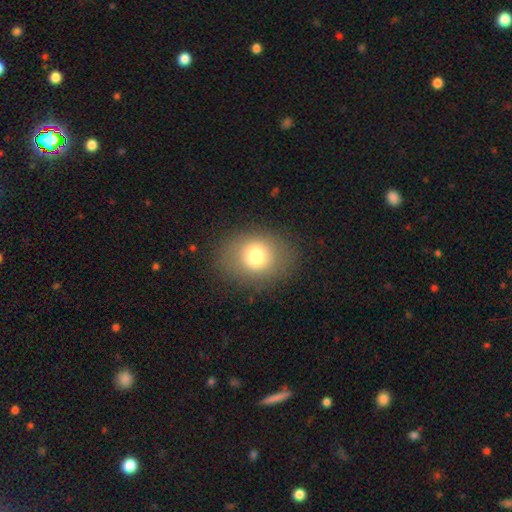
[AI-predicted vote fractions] This is likely a smooth galaxy (73%). How rounded: possibly round (59%). Merging: clearly none (83%).